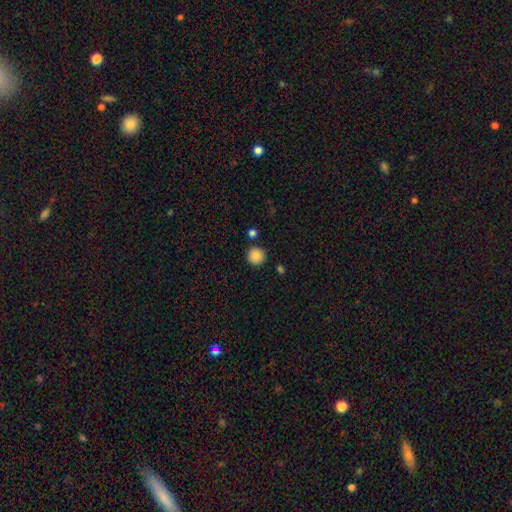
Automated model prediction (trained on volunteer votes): smooth 86%, star or artifact 9%, featured or disk 5%. Down the decision tree: how rounded — round (94%); merging — none (88%).